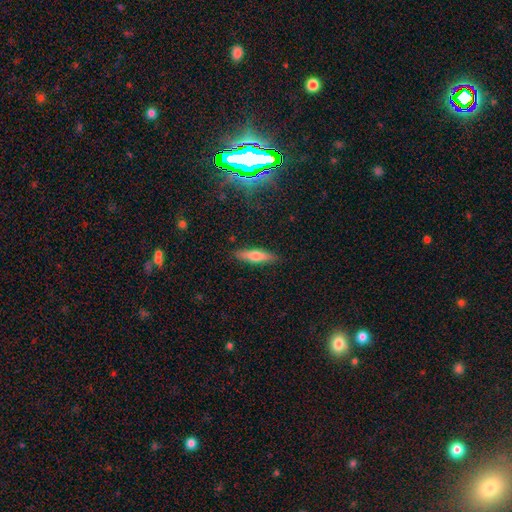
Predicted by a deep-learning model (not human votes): Smooth or featured? Predicted: smooth (p=0.63). How rounded? Predicted: cigar-shaped (p=0.76). Merging? Predicted: none (p=0.88).